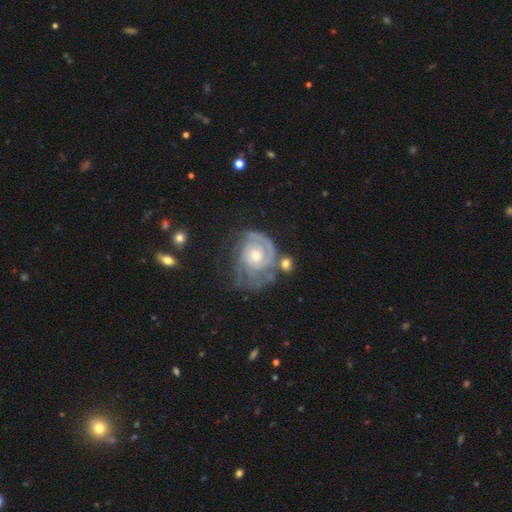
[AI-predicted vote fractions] Smooth or featured: featured or disk — 87% (smooth — 7%)
Edge-on disk: no — 98% (yes — 2%)
Bar: no — 77% (weak — 19%)
Spiral arms: yes — 96% (no — 4%)
Spiral winding: tight — 69% (medium — 25%)
Spiral arm count: 2 — 32% (can't tell — 28%)
Bulge size: moderate — 56% (small — 39%)
Merging: none — 56% (minor disturbance — 23%)